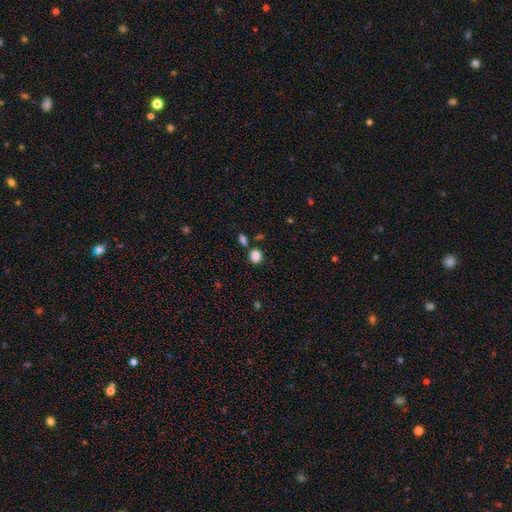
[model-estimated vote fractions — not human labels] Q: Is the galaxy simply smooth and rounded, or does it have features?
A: smooth — 85%.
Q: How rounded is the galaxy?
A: round — 76%.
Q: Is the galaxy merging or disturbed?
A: none — 72%.